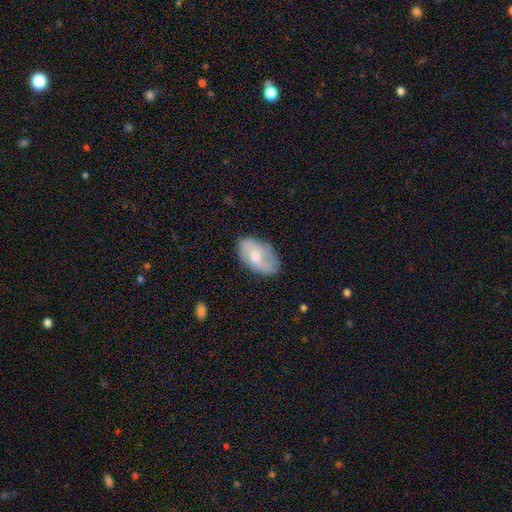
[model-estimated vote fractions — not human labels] Q: Smooth or featured?
A: featured or disk (53%); runner-up: smooth (41%)
Q: Edge-on disk?
A: no (95%); runner-up: yes (5%)
Q: Bar?
A: no (55%); runner-up: weak (38%)
Q: Spiral arms?
A: yes (75%); runner-up: no (25%)
Q: Bulge size?
A: moderate (58%); runner-up: small (32%)
Q: Merging?
A: none (69%); runner-up: minor disturbance (22%)